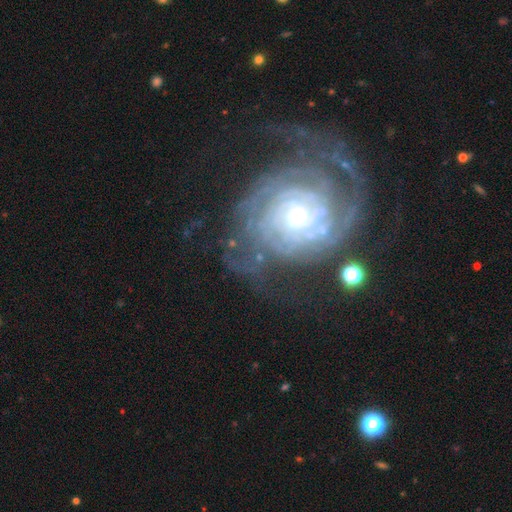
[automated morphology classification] A featured or disk galaxy (88%) with no bar (63%), tight (74%) spiral arms (96%) and a small central bulge (58%).

Vote fractions:
- Smooth or featured? featured or disk: 88% / star or artifact: 6% / smooth: 5%
- Edge-on disk? no: 97% / yes: 3%
- Bar? no: 63% / weak: 28% / strong: 9%
- Spiral arms? yes: 96% / no: 4%
- Spiral winding? tight: 74% / medium: 21% / loose: 5%
- Spiral arm count? can't tell: 33% / 2: 22% / 3: 16% / 4: 13% / more than 4: 10% / 1: 7%
- Bulge size? small: 58% / moderate: 33% / large: 5% / none: 2% / dominant: 1%
- Merging? none: 62% / major disturbance: 17% / minor disturbance: 17% / merger: 3%